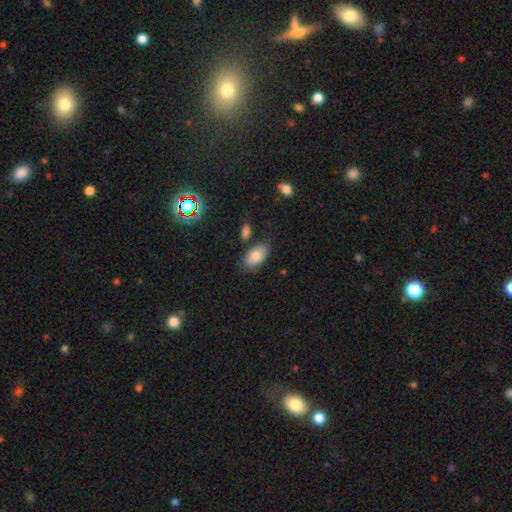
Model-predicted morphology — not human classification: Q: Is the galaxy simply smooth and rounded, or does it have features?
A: smooth — 83%.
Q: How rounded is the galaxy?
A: in between — 93%.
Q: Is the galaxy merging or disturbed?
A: none — 72%.